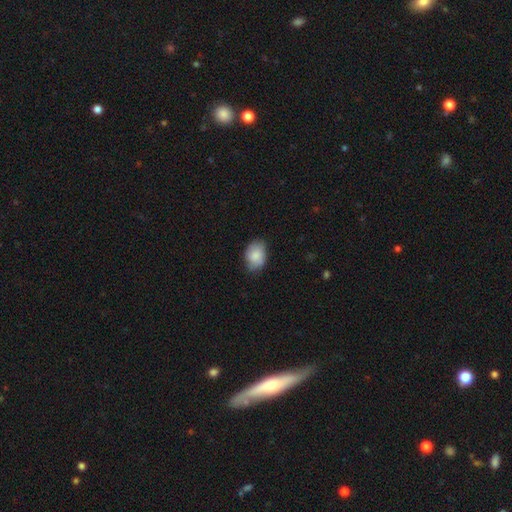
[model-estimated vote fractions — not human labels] This appears to be a smooth galaxy with no disk features (83%) that is in between round and cigar-shaped (77%). Merging: none (69%).